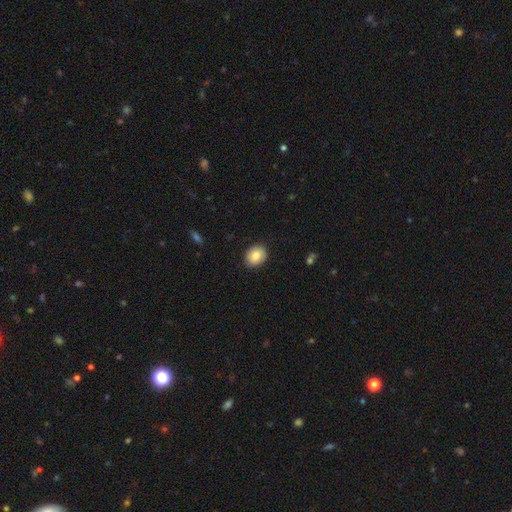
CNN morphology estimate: Smooth or featured? Predicted: smooth (p=0.82). How rounded? Predicted: round (p=0.51). Merging? Predicted: none (p=0.87).